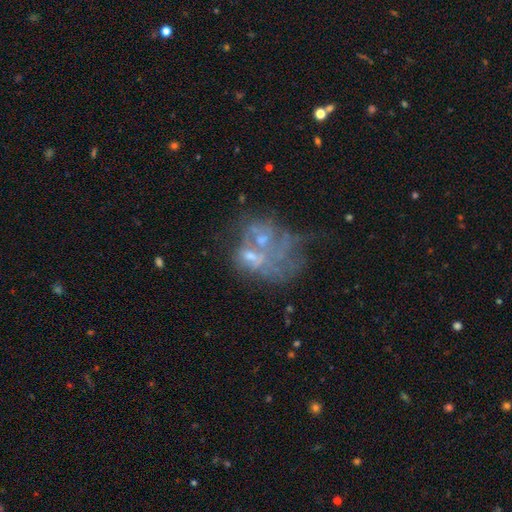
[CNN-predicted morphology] A featured or disk galaxy (62%) with no bar (87%), no spiral arms (84%) and no central bulge (42%). Merging: merger (37%).